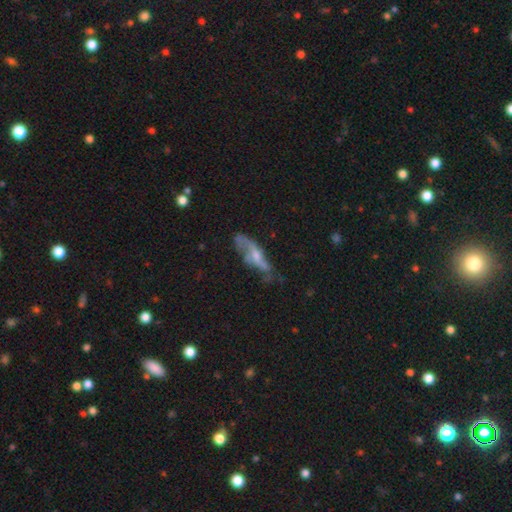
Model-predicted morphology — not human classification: Smooth or featured?
  - featured or disk: 63% *
  - smooth: 29%
  - star or artifact: 9%
Edge-on disk?
  - no: 72% *
  - yes: 28%
Merging?
  - none: 42% *
  - minor disturbance: 27%
  - major disturbance: 24%
  - merger: 6%